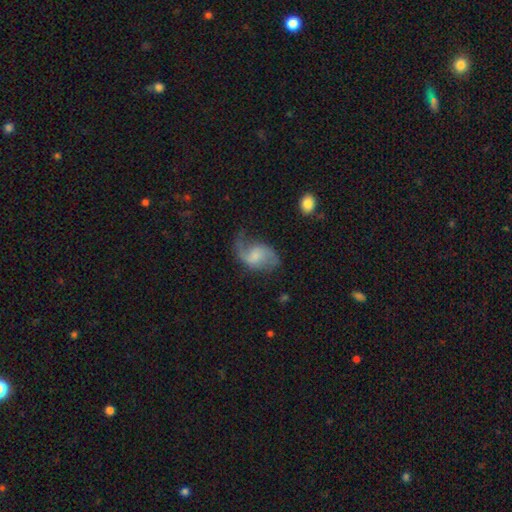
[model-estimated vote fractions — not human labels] Smooth or featured?
  - featured or disk: 74% *
  - smooth: 20%
  - star or artifact: 7%
Edge-on disk?
  - no: 97% *
  - yes: 3%
Bar?
  - no: 46% *
  - weak: 45%
  - strong: 9%
Spiral arms?
  - yes: 93% *
  - no: 7%
Spiral winding?
  - loose: 63% *
  - medium: 31%
  - tight: 7%
Spiral arm count?
  - 2: 80% *
  - 1: 13%
  - can't tell: 4%
  - 3: 1%
  - 4: 1%
  - more than 4: 1%
Bulge size?
  - small: 36% *
  - moderate: 32%
  - none: 22%
  - large: 9%
  - dominant: 2%
Merging?
  - none: 51% *
  - minor disturbance: 25%
  - major disturbance: 22%
  - merger: 2%